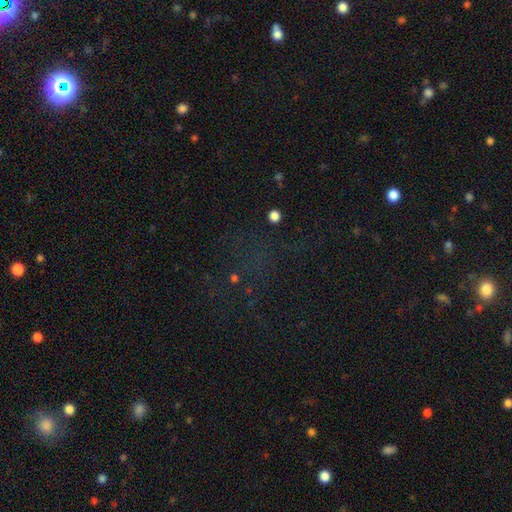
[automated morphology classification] Q: Smooth or featured?
A: star or artifact (63%); runner-up: smooth (23%)